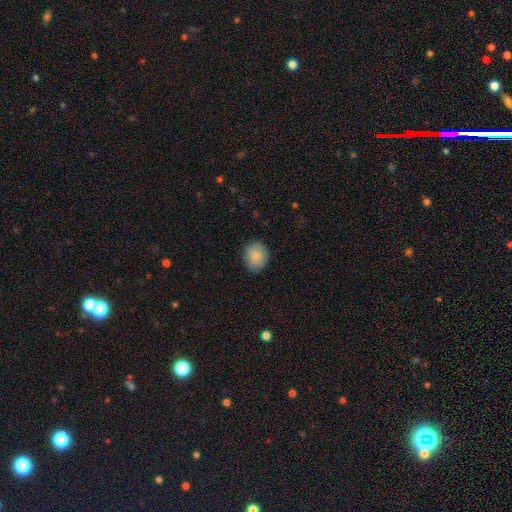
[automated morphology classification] Q: Smooth or featured?
A: smooth (85%); runner-up: featured or disk (8%)
Q: How rounded?
A: round (52%); runner-up: in between (47%)
Q: Merging?
A: none (86%); runner-up: minor disturbance (11%)